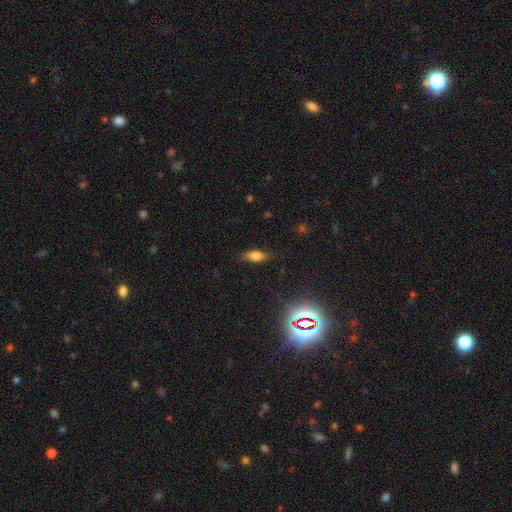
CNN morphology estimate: Q: Smooth or featured?
A: smooth (66%); runner-up: featured or disk (21%)
Q: How rounded?
A: in between (73%); runner-up: cigar-shaped (23%)
Q: Merging?
A: none (82%); runner-up: minor disturbance (13%)